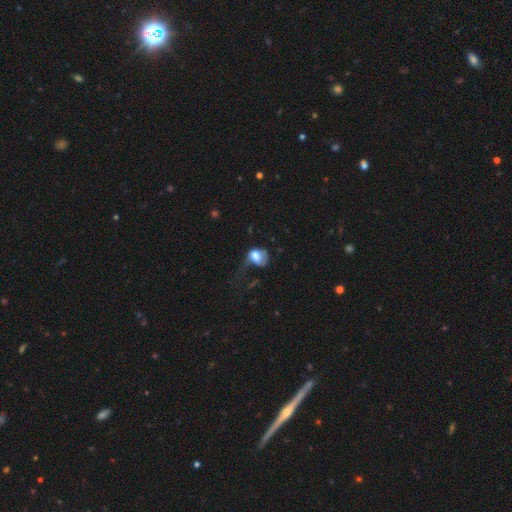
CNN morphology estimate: This is likely a smooth galaxy (61%). How rounded: possibly in between (56%). Merging: possibly major disturbance (59%).